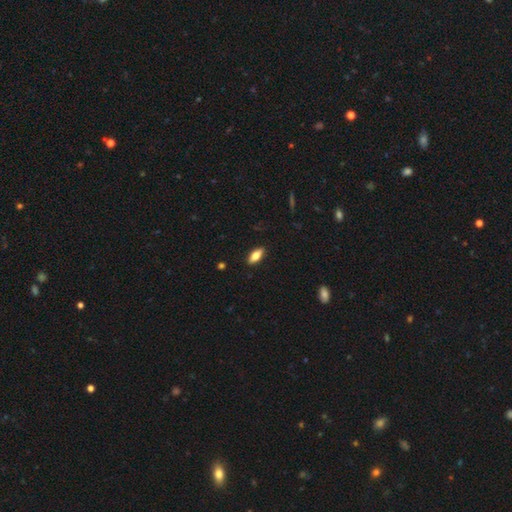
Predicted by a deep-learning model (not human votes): This is likely a smooth galaxy (69%). How rounded: likely in between (79%). Merging: clearly none (89%).